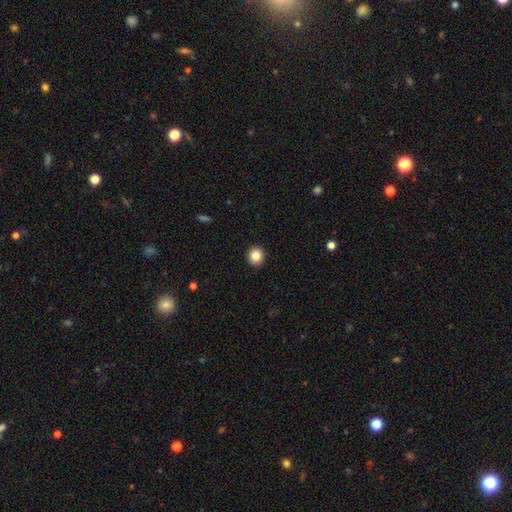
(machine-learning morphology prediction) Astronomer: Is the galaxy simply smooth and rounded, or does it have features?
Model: smooth — 84%.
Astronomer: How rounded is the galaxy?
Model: round — 85%.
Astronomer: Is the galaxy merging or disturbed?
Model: none — 93%.